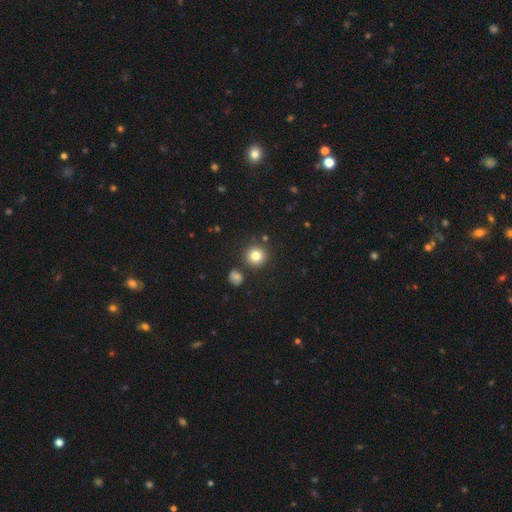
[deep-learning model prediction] Q: Smooth or featured?
A: smooth (81%); runner-up: star or artifact (12%)
Q: How rounded?
A: round (93%); runner-up: in between (6%)
Q: Merging?
A: none (84%); runner-up: minor disturbance (7%)